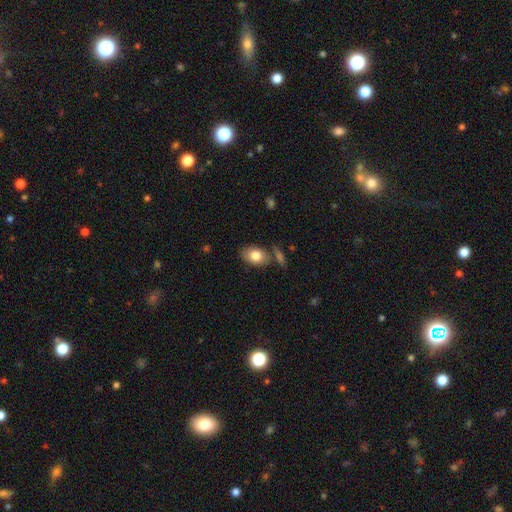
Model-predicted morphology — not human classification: smooth 80%, featured or disk 12%, star or artifact 7%. Down the decision tree: how rounded — in between (82%); merging — none (70%).